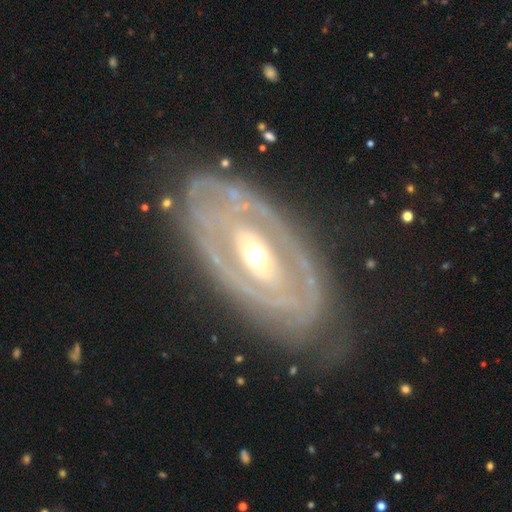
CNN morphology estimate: featured or disk 84%, smooth 11%, star or artifact 5%. Down the decision tree: edge-on disk — no (90%); bar — no (54%); spiral arms — yes (64%); bulge size — moderate (68%); merging — none (71%).